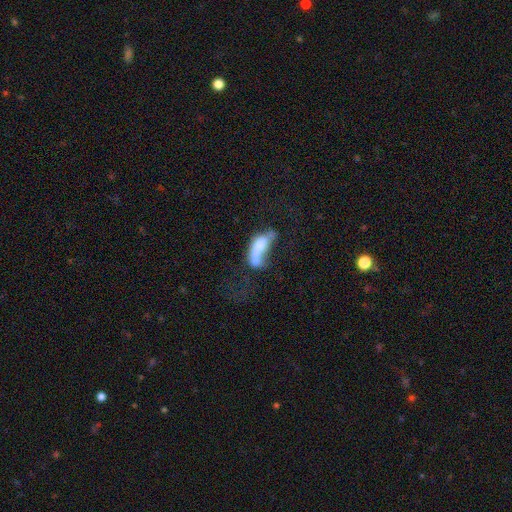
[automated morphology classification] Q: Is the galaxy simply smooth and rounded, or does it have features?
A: smooth — 57%.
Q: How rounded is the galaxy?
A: in between — 66%.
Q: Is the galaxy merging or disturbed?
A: major disturbance — 34%, tied with merger.